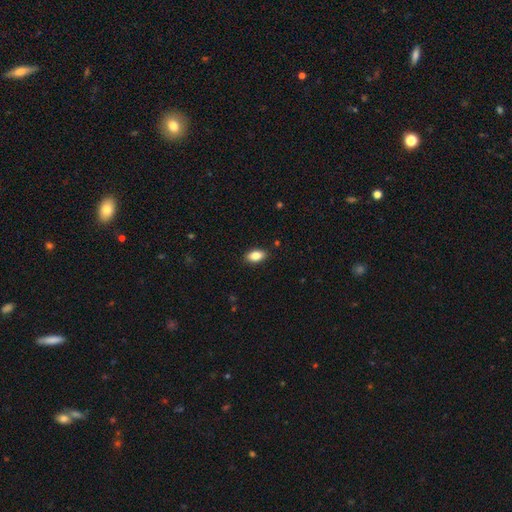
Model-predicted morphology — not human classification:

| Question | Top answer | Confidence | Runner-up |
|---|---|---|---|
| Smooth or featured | smooth | 85% | star or artifact (8%) |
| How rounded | in between | 91% | round (6%) |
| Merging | none | 88% | minor disturbance (9%) |